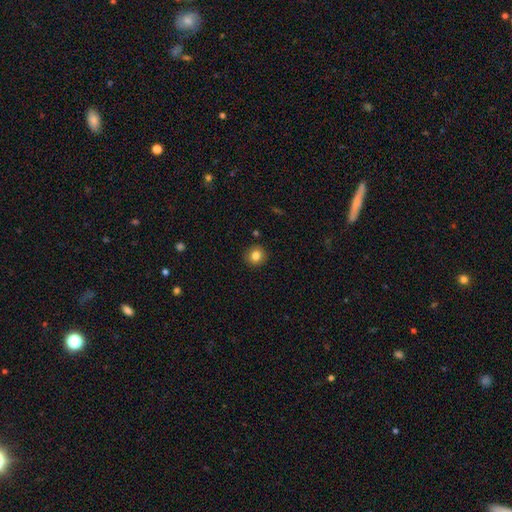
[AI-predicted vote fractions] Smooth or featured?
  - smooth: 82% *
  - star or artifact: 11%
  - featured or disk: 7%
How rounded?
  - round: 92% *
  - in between: 7%
  - cigar-shaped: 1%
Merging?
  - none: 91% *
  - minor disturbance: 6%
  - major disturbance: 2%
  - merger: 1%